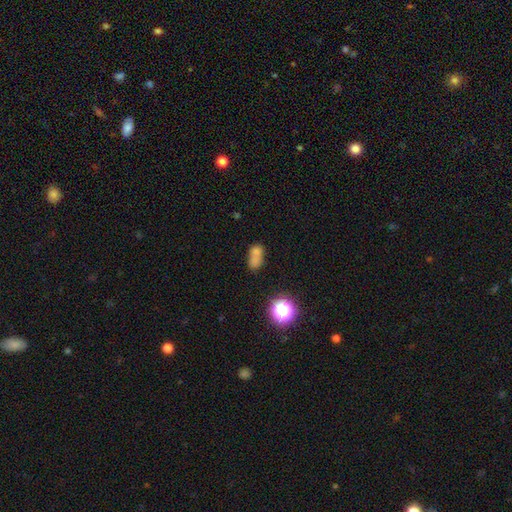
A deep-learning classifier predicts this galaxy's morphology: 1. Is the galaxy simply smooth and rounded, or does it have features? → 69% smooth, 16% star or artifact, 15% featured or disk.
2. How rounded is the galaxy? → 73% in between, 22% round, 5% cigar-shaped.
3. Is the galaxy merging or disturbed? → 38% none (tied), 38% merger (tied), 15% minor disturbance, 9% major disturbance.